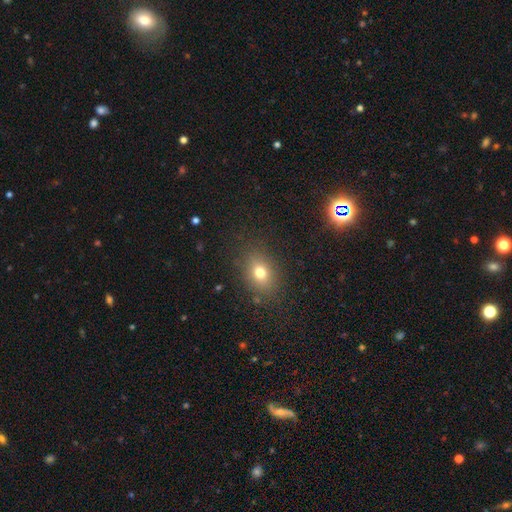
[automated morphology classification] Q: Smooth or featured?
A: smooth (62%); runner-up: star or artifact (29%)
Q: How rounded?
A: in between (60%); runner-up: round (38%)
Q: Merging?
A: none (88%); runner-up: minor disturbance (7%)